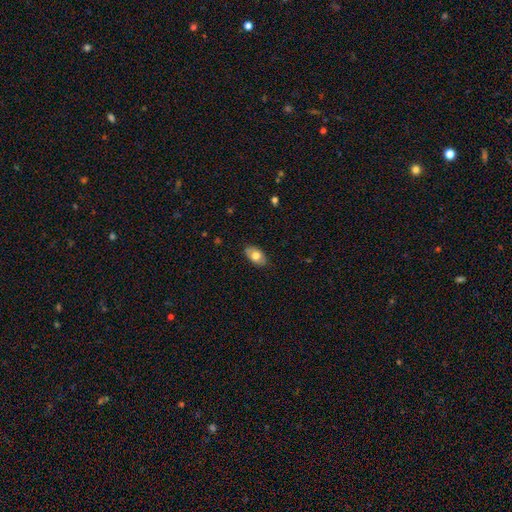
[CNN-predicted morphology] Smooth or featured? smooth (70%)
How rounded? in between (92%)
Merging? none (84%)